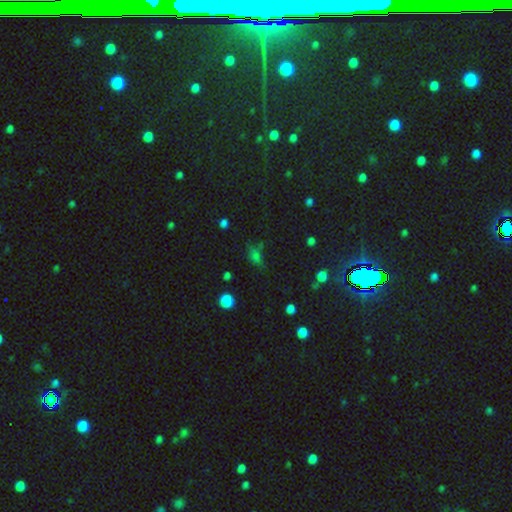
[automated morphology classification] This appears to be a smooth galaxy with no disk features (53%) that is in between round and cigar-shaped (62%). Merging: none (63%).